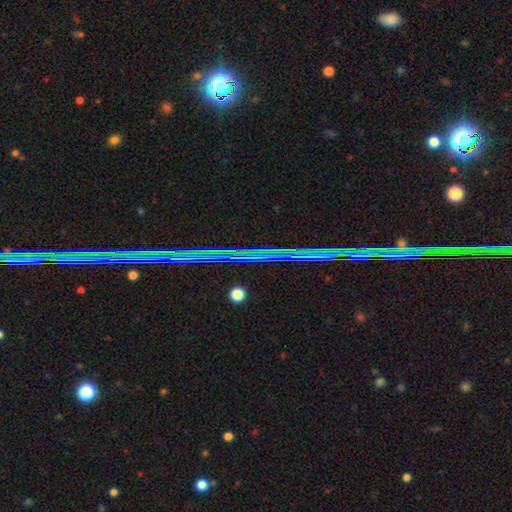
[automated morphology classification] A star or artifact, not a galaxy (82%).

Vote fractions:
- Smooth or featured? star or artifact: 82% / featured or disk: 11% / smooth: 7%